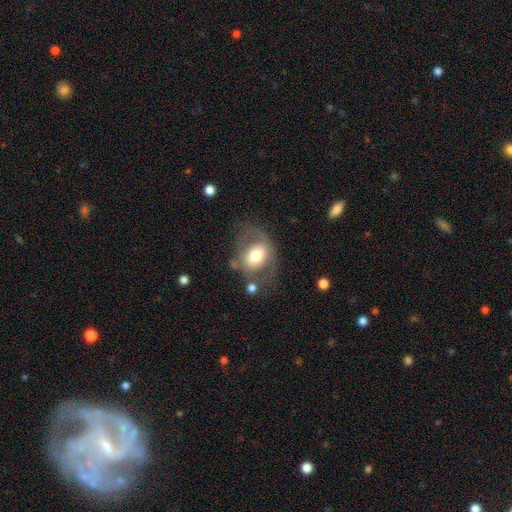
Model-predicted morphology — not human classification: This appears to be a smooth galaxy with no disk features (54%) that is in between round and cigar-shaped (62%). Merging: none (55%).